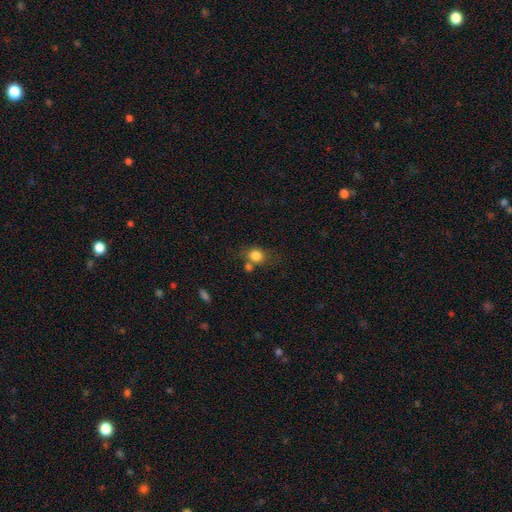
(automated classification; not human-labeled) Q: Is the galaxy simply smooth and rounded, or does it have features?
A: smooth — 80%.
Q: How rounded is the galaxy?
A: round — 64%.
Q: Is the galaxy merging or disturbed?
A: none — 53%.